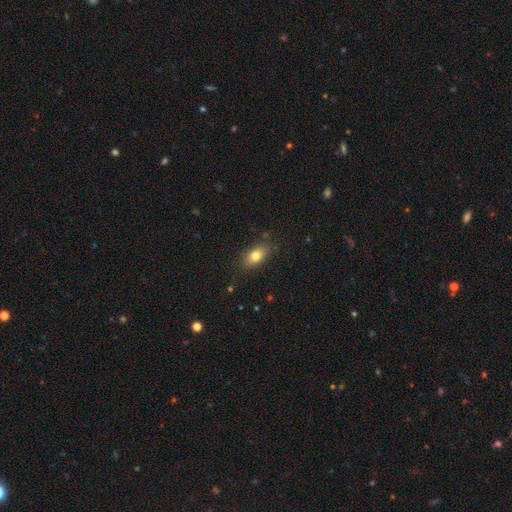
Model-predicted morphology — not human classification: This is likely a smooth galaxy (79%). How rounded: clearly in between (86%). Merging: clearly none (82%).